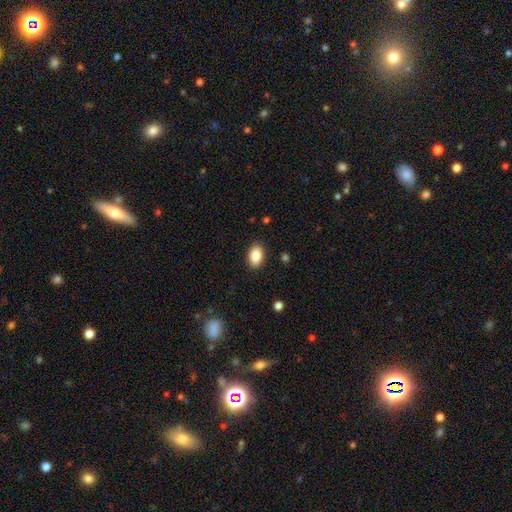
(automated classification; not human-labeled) Smooth or featured: smooth — 86% (star or artifact — 8%)
How rounded: in between — 88% (round — 11%)
Merging: none — 89% (minor disturbance — 8%)